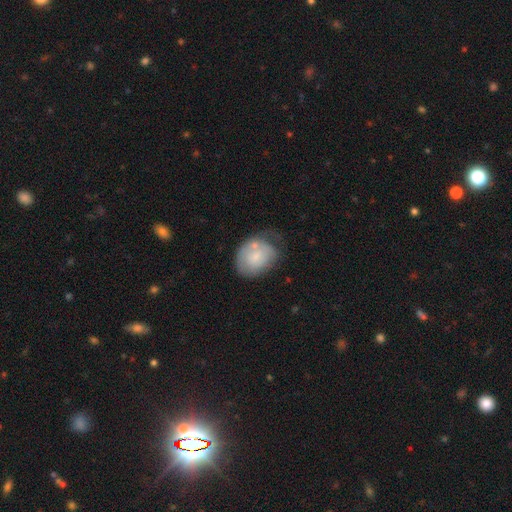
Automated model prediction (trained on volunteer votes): The model was most divided on "merging": none: 38%, minor disturbance: 32%, major disturbance: 19%, merger: 12%. More confident: smooth or featured — smooth (63%); how rounded — in between (55%).